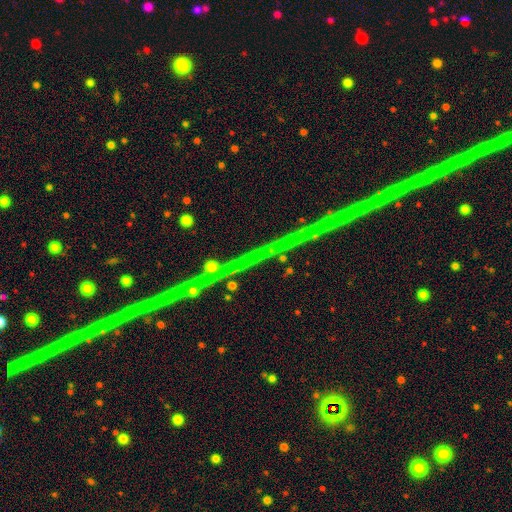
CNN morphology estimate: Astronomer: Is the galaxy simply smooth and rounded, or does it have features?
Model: star or artifact — 69%.